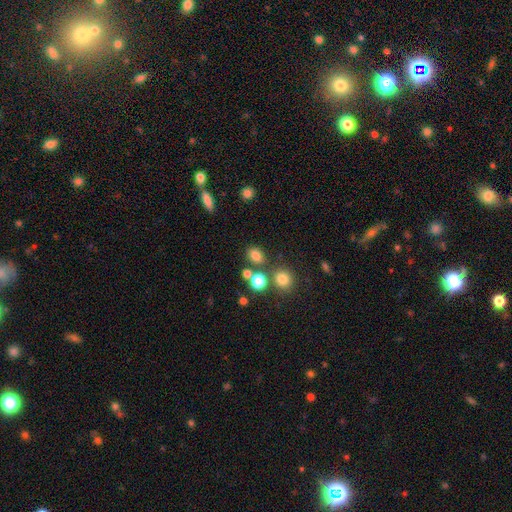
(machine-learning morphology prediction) This appears to be a smooth galaxy with no disk features (78%) that is in between round and cigar-shaped (54%). Merging: none (72%).